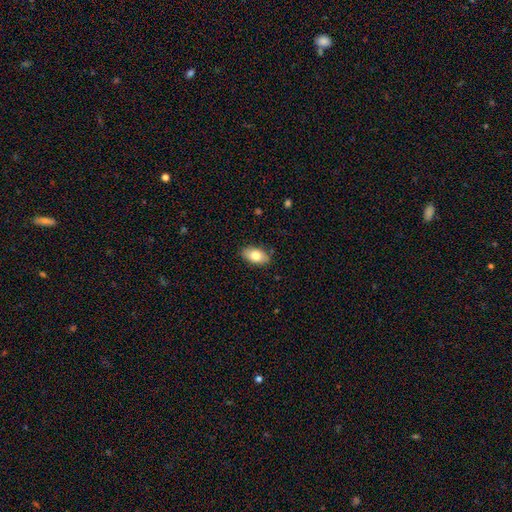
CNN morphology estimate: This is likely a smooth galaxy (78%). How rounded: clearly in between (92%). Merging: clearly none (86%).